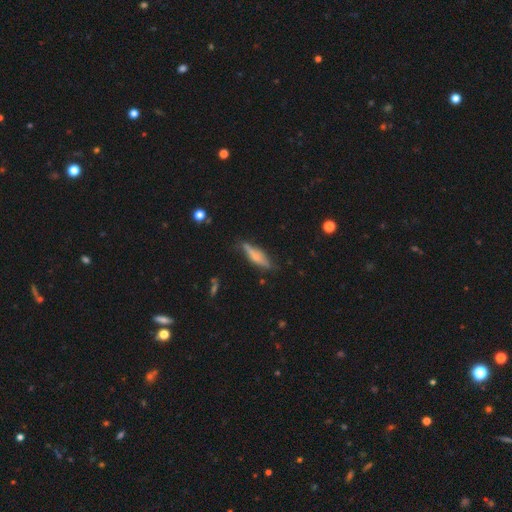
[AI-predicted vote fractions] Q: Smooth or featured?
A: smooth (49%); runner-up: featured or disk (44%)
Q: Merging?
A: none (70%); runner-up: minor disturbance (23%)